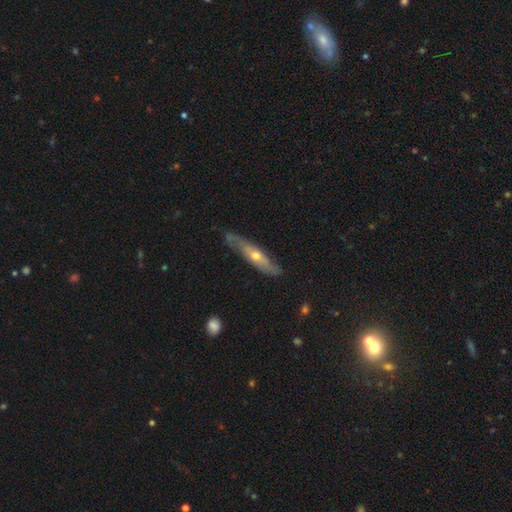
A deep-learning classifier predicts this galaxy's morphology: A featured or disk galaxy (66%) viewed edge-on (73%).

Vote fractions:
- Smooth or featured? featured or disk: 66% / smooth: 28% / star or artifact: 6%
- Edge-on disk? yes: 73% / no: 27%
- Merging? none: 72% / minor disturbance: 22% / major disturbance: 5% / merger: 2%